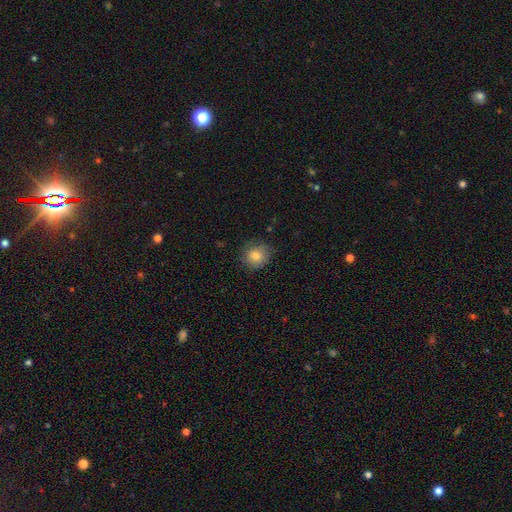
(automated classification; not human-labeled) The model was most divided on "merging": none: 80%, minor disturbance: 15%, major disturbance: 3%, merger: 1%. More confident: how rounded — round (83%); smooth or featured — smooth (80%).